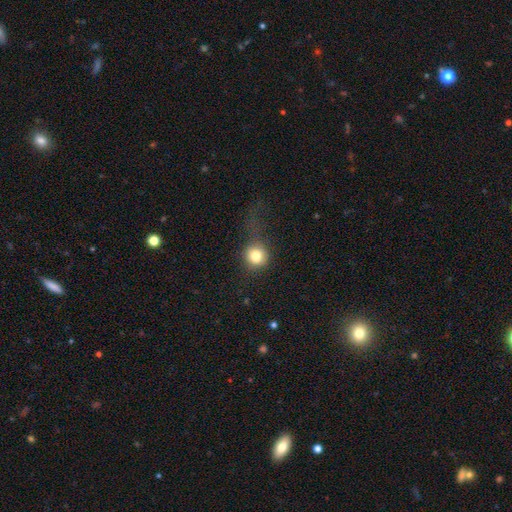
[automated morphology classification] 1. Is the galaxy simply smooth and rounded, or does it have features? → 78% smooth, 12% star or artifact, 10% featured or disk.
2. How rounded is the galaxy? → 88% round, 11% in between, 1% cigar-shaped.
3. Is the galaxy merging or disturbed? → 55% none, 23% major disturbance, 20% minor disturbance, 2% merger.